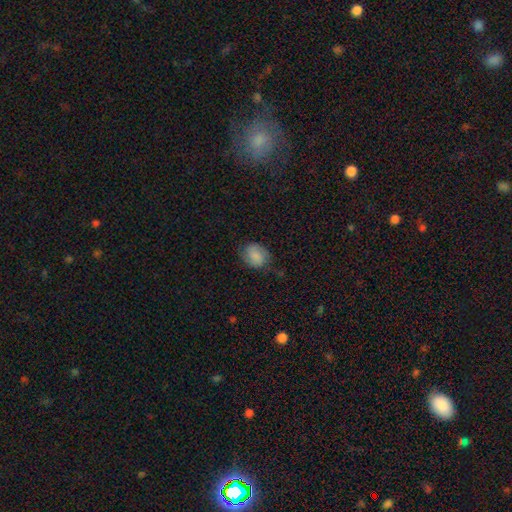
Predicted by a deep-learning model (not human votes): Smooth or featured? Predicted: smooth (p=0.72). How rounded? Predicted: round (p=0.50). Merging? Predicted: none (p=0.68).